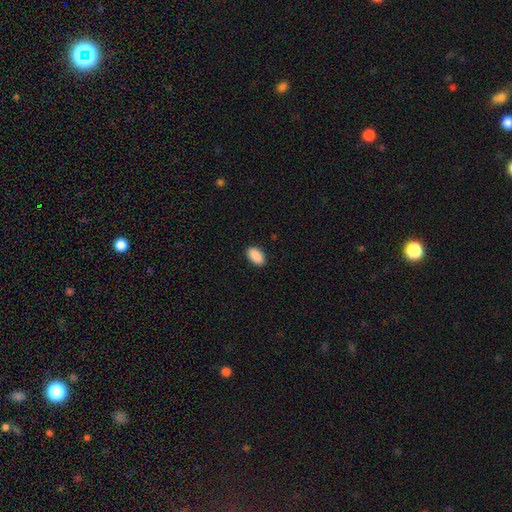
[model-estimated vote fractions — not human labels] smooth_or_featured: smooth (p=0.91) [alt: star or artifact p=0.07]
how_rounded: in between (p=0.94) [alt: round p=0.04]
merging: none (p=0.90) [alt: minor disturbance p=0.07]